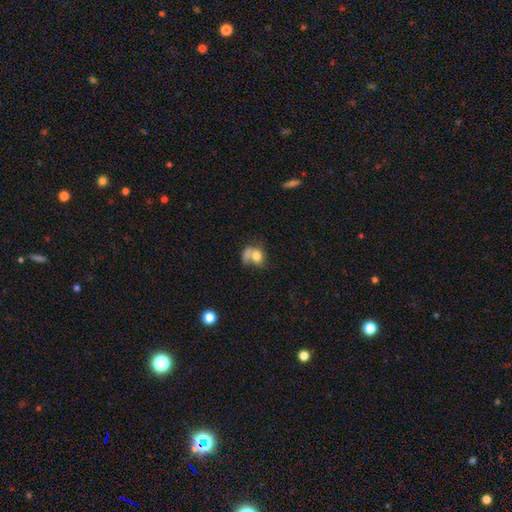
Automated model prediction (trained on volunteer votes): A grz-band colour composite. It shows a smooth galaxy with no disk features (70%) that is in between round and cigar-shaped (54%). Merging: merger (41%).